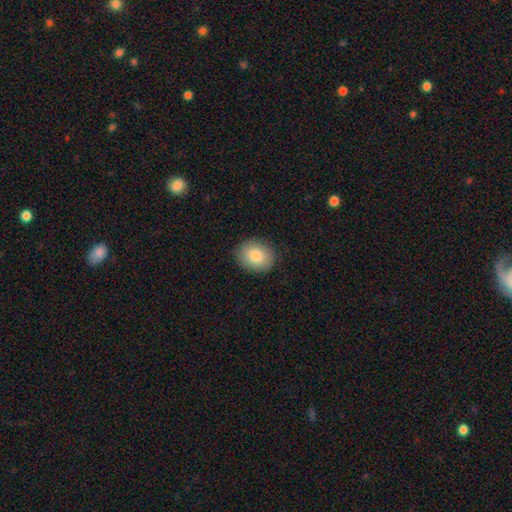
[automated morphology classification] smooth 85%, featured or disk 8%, star or artifact 8%. Down the decision tree: how rounded — round (57%); merging — none (88%).